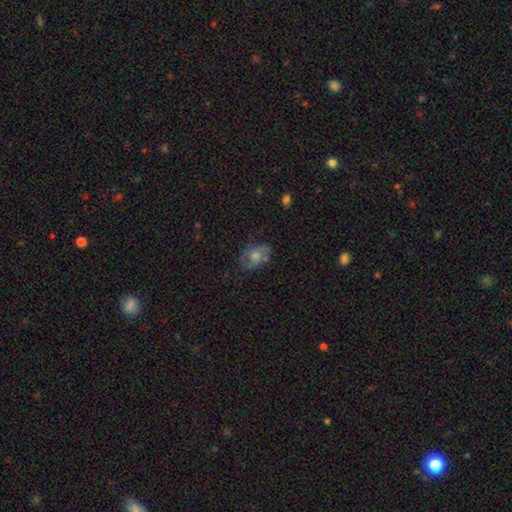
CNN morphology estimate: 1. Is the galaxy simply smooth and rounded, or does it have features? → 50% featured or disk, 38% smooth, 13% star or artifact.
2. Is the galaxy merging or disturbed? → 73% none, 19% minor disturbance, 7% major disturbance, 2% merger.